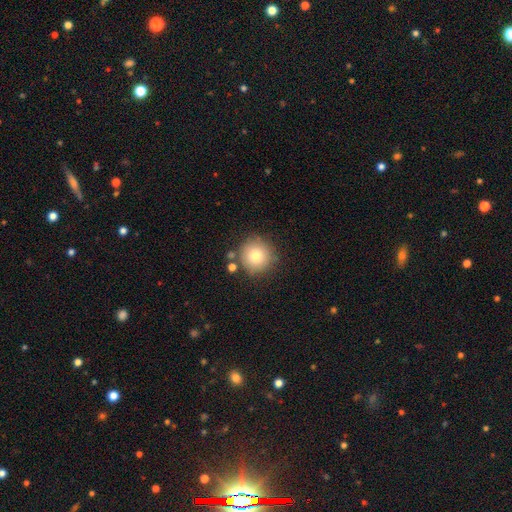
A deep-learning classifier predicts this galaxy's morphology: Smooth or featured?
  - smooth: 78% *
  - featured or disk: 12%
  - star or artifact: 11%
How rounded?
  - round: 95% *
  - in between: 4%
  - cigar-shaped: 1%
Merging?
  - none: 80% *
  - minor disturbance: 10%
  - merger: 6%
  - major disturbance: 3%